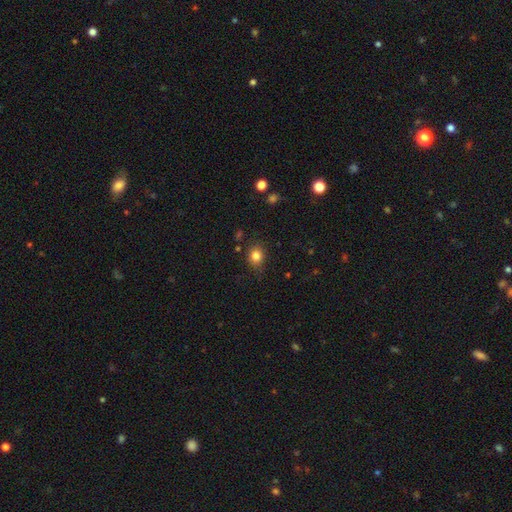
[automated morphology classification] smooth 82%, star or artifact 12%, featured or disk 7%. Down the decision tree: how rounded — round (64%); merging — none (82%).